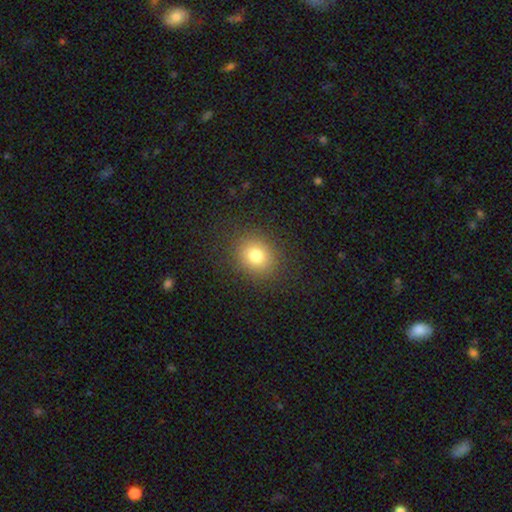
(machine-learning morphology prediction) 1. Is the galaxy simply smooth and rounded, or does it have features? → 79% smooth, 12% star or artifact, 9% featured or disk.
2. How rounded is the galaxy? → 68% round, 31% in between, 1% cigar-shaped.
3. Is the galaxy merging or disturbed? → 87% none, 8% minor disturbance, 4% major disturbance, 1% merger.